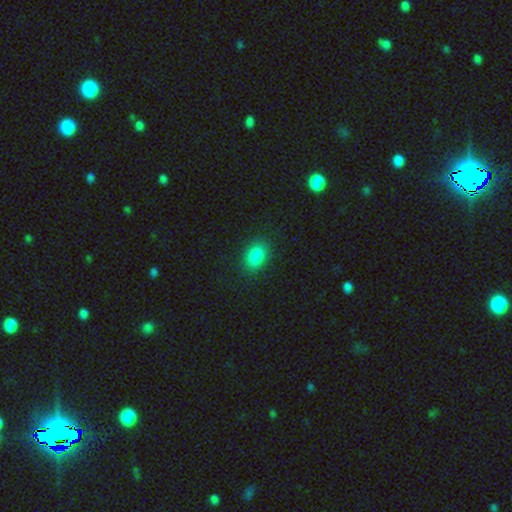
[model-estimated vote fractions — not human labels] A smooth galaxy with no disk features (85%) that is in between round and cigar-shaped (79%).

Vote fractions:
- Smooth or featured? smooth: 85% / star or artifact: 10% / featured or disk: 4%
- How rounded? in between: 79% / round: 19% / cigar-shaped: 2%
- Merging? none: 86% / minor disturbance: 10% / major disturbance: 3% / merger: 1%